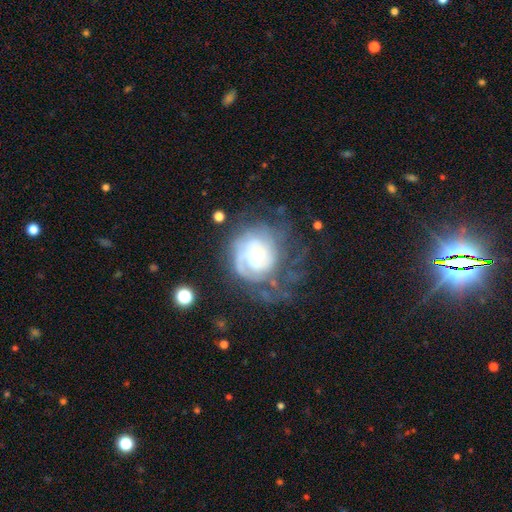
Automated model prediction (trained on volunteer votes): The model was most divided on "merging": none: 44%, major disturbance: 31%, minor disturbance: 21%, merger: 4%. Remaining: edge-on disk — no (98%); spiral arms — yes (89%); smooth or featured — featured or disk (78%); bar — no (74%); spiral winding — tight (66%); bulge size — small (57%); spiral arm count — can't tell (41%).